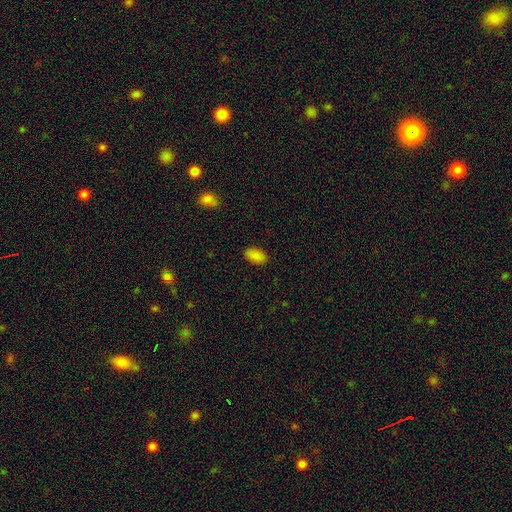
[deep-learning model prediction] Overall: smooth (87%). How rounded: in between (95%). Merging: none (89%).